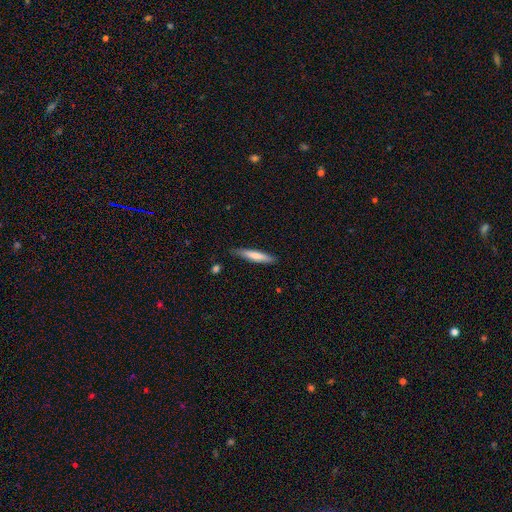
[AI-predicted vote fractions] This is likely a smooth galaxy (69%). How rounded: clearly cigar-shaped (88%). Merging: clearly none (84%).